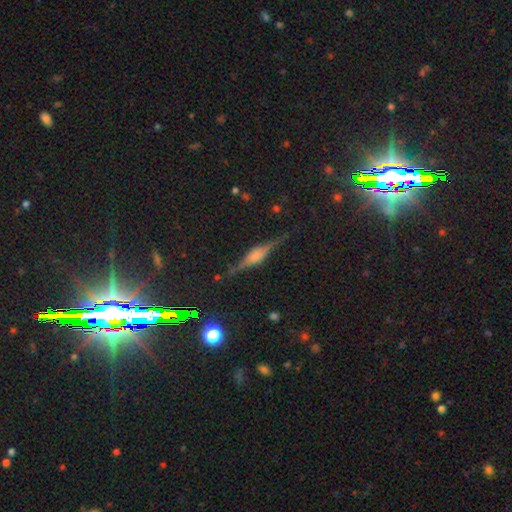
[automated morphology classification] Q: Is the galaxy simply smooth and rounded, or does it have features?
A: featured or disk — 73%.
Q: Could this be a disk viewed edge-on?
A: yes — 96%.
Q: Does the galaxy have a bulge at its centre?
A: rounded — 68%.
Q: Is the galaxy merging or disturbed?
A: none — 83%.